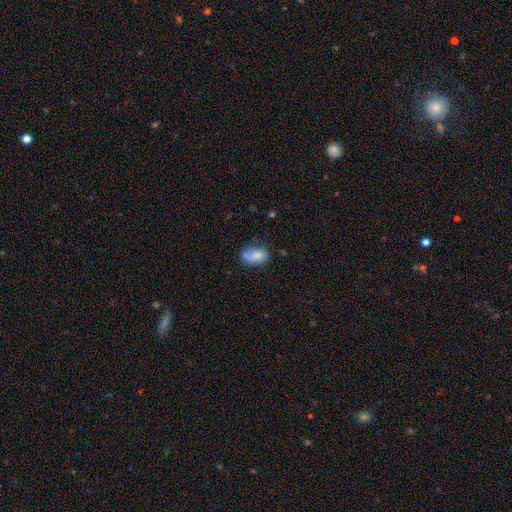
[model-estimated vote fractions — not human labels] smooth_or_featured: smooth (p=0.71) [alt: featured or disk p=0.20]
how_rounded: in between (p=0.84) [alt: round p=0.15]
merging: none (p=0.48) [alt: minor disturbance p=0.29]